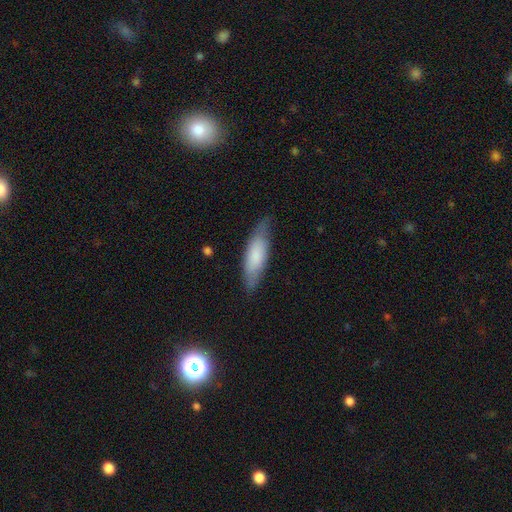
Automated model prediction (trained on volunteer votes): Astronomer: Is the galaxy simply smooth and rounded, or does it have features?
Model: smooth — 75%.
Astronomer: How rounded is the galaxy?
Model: cigar-shaped — 51% (runner-up: in between, 48%).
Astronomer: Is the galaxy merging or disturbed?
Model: none — 74%.